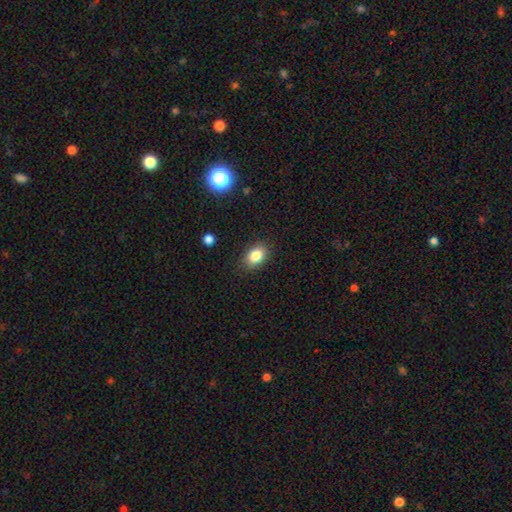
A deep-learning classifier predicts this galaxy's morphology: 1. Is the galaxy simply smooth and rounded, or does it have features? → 83% smooth, 10% star or artifact, 8% featured or disk.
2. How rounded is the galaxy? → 80% in between, 19% round, 1% cigar-shaped.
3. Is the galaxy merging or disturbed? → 86% none, 10% minor disturbance, 3% major disturbance, 1% merger.